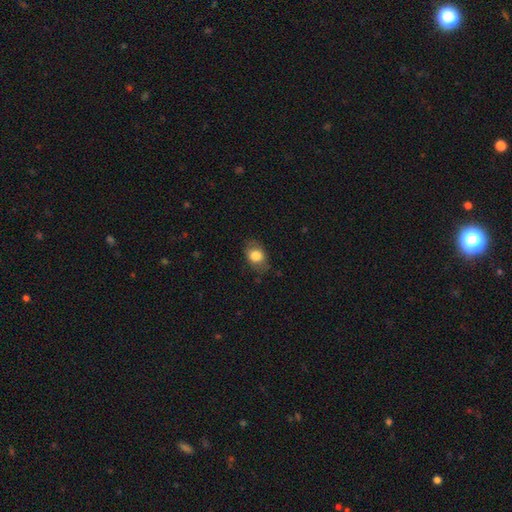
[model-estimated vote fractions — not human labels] smooth_or_featured: smooth (p=0.79) [alt: featured or disk p=0.13]
how_rounded: in between (p=0.74) [alt: round p=0.25]
merging: none (p=0.75) [alt: minor disturbance p=0.18]